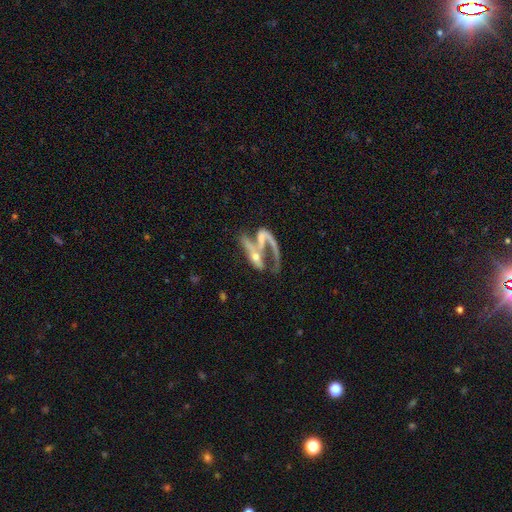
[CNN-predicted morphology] smooth_or_featured: featured or disk (p=0.73) [alt: smooth p=0.18]
disk_edge_on: no (p=0.83) [alt: yes p=0.17]
bar: no (p=0.56) [alt: weak p=0.24]
has_spiral_arms: yes (p=0.64) [alt: no p=0.36]
bulge_size: small (p=0.44) [alt: moderate p=0.33]
merging: merger (p=0.54) [alt: major disturbance p=0.19]